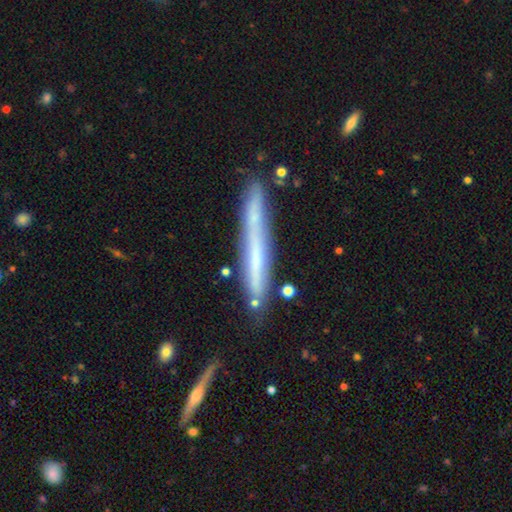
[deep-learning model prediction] featured or disk 50%, smooth 41%, star or artifact 8%. Down the decision tree: edge-on disk — yes (89%); merging — none (73%).